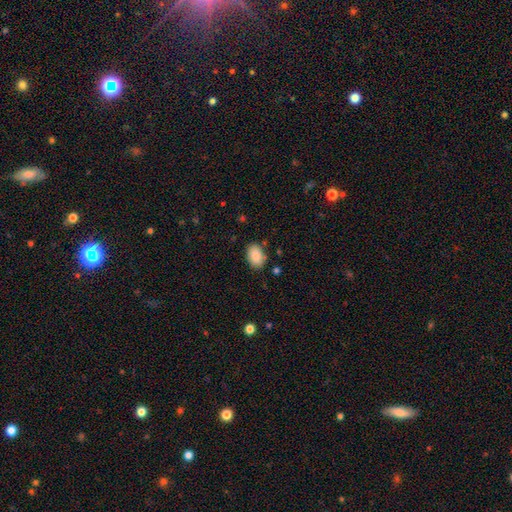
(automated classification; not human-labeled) Smooth or featured? smooth (89%)
How rounded? in between (88%)
Merging? none (82%)